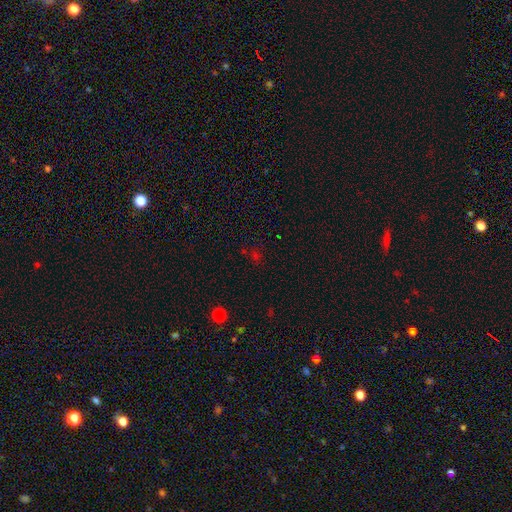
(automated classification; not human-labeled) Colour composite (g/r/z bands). It shows a star or artifact, not a galaxy (48%).